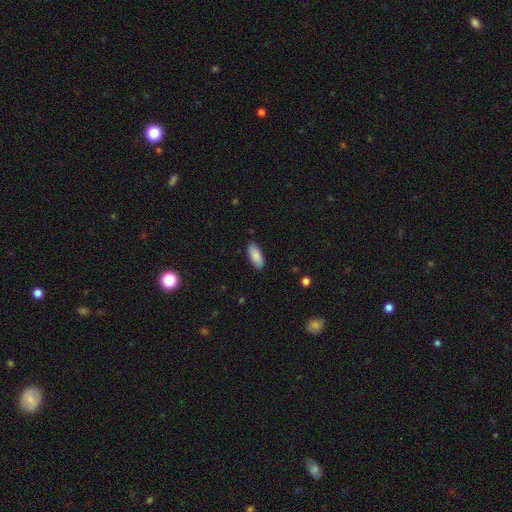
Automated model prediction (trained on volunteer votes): This appears to be a smooth galaxy with no disk features (87%) that is in between round and cigar-shaped (87%). Merging: none (88%).